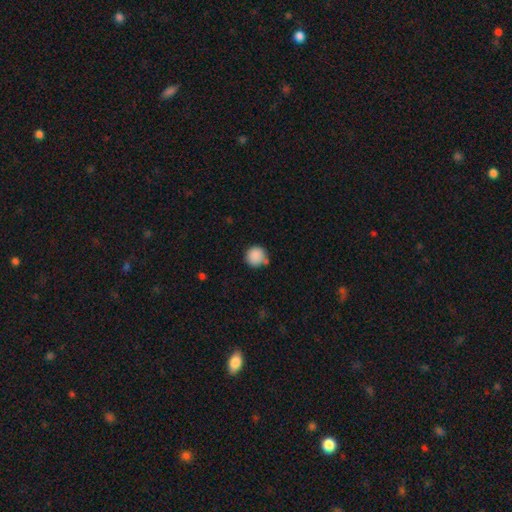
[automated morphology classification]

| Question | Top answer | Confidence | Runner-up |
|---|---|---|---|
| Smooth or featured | smooth | 88% | star or artifact (8%) |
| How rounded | round | 93% | in between (6%) |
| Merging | none | 72% | minor disturbance (15%) |